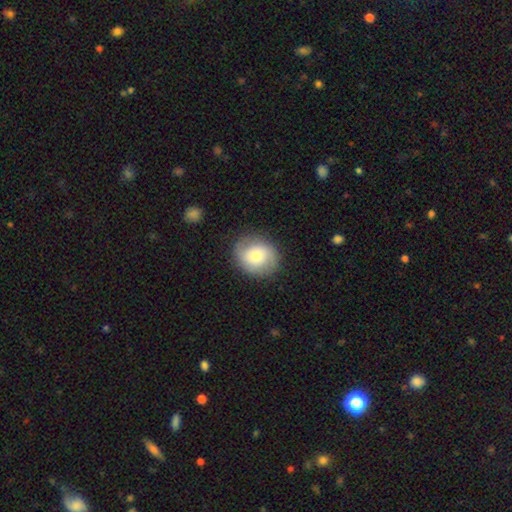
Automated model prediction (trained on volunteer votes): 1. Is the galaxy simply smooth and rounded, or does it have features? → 63% smooth, 29% featured or disk, 8% star or artifact.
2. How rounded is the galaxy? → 71% round, 28% in between, 1% cigar-shaped.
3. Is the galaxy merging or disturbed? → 82% none, 12% minor disturbance, 4% major disturbance, 1% merger.